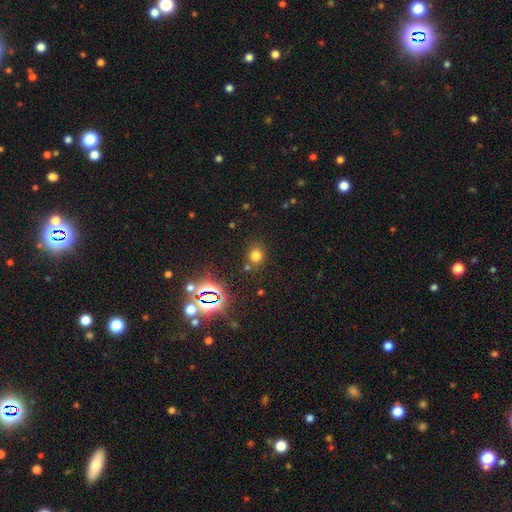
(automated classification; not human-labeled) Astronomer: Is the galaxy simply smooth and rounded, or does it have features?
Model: smooth — 70%.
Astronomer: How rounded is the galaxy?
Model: round — 78%.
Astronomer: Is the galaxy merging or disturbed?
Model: none — 74%.